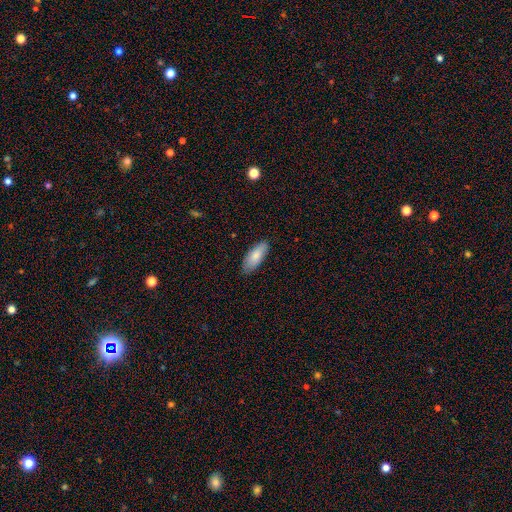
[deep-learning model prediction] Q: Smooth or featured?
A: smooth (83%); runner-up: featured or disk (12%)
Q: How rounded?
A: in between (78%); runner-up: cigar-shaped (20%)
Q: Merging?
A: none (82%); runner-up: minor disturbance (15%)